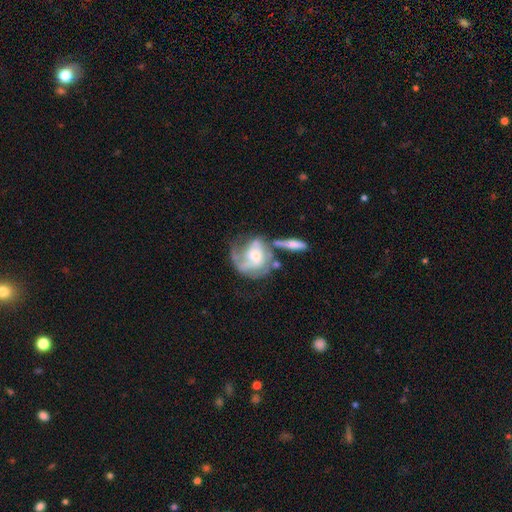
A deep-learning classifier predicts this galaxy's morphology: Smooth or featured: featured or disk — 72% (smooth — 22%)
Edge-on disk: no — 96% (yes — 4%)
Bar: no — 65% (weak — 28%)
Spiral arms: yes — 84% (no — 16%)
Spiral winding: medium — 40% (tight — 35%)
Spiral arm count: 2 — 35% (1 — 28%)
Bulge size: small — 47% (moderate — 42%)
Merging: none — 35% (major disturbance — 26%)